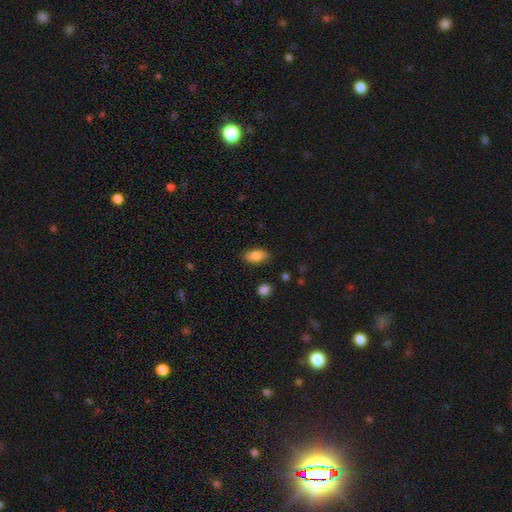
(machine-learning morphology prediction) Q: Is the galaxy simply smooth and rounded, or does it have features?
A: smooth — 84%.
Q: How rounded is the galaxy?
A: in between — 90%.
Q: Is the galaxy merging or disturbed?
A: none — 85%.